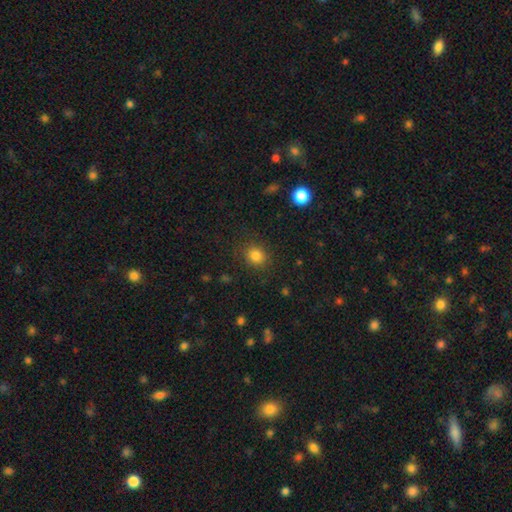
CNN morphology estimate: A smooth galaxy with no disk features (82%) that is round (78%). Merging: none (86%).